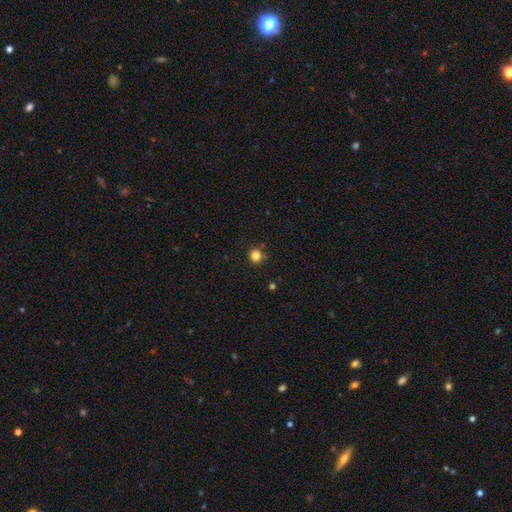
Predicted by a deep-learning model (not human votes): A smooth galaxy with no disk features (83%) that is round (93%). Merging: none (85%).